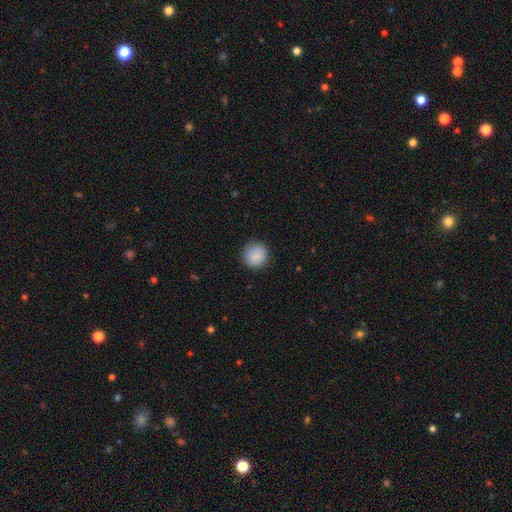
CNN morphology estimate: smooth 88%, star or artifact 8%, featured or disk 4%. Down the decision tree: how rounded — round (94%); merging — none (90%).